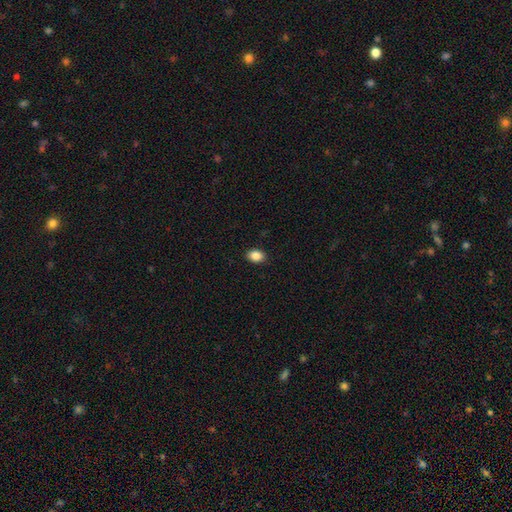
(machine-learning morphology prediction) smooth_or_featured: smooth (p=0.87) [alt: star or artifact p=0.09]
how_rounded: in between (p=0.74) [alt: round p=0.25]
merging: none (p=0.89) [alt: minor disturbance p=0.08]